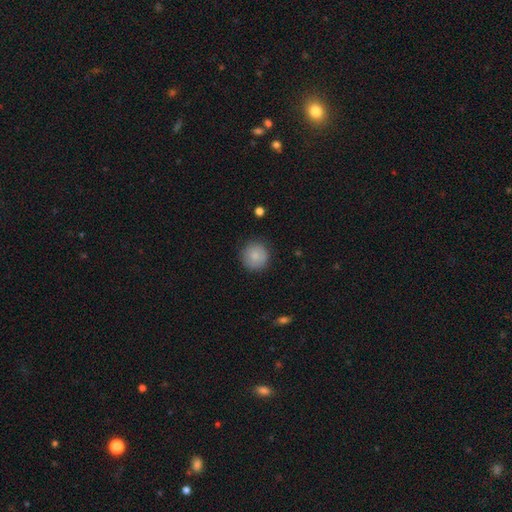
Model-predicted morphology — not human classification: This is clearly a smooth galaxy (82%). How rounded: clearly round (94%). Merging: clearly none (85%).